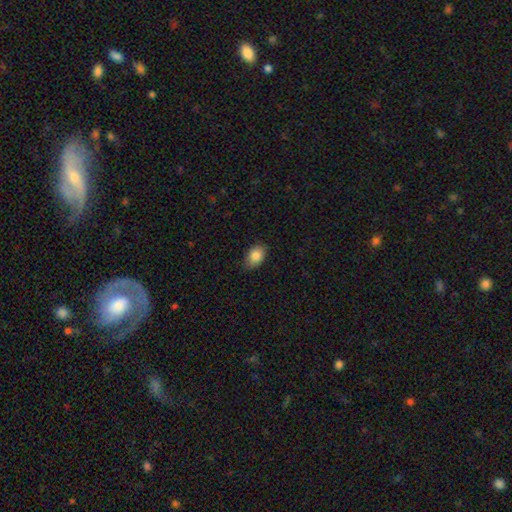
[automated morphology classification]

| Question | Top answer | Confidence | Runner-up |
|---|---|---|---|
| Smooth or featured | smooth | 85% | star or artifact (8%) |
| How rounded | in between | 84% | round (15%) |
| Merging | none | 83% | minor disturbance (14%) |